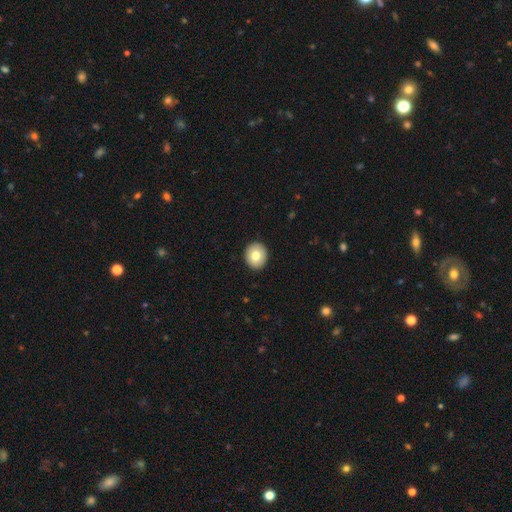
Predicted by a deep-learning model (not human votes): A smooth galaxy with no disk features (77%) that is round (79%).

Vote fractions:
- Smooth or featured? smooth: 77% / featured or disk: 15% / star or artifact: 8%
- How rounded? round: 79% / in between: 20% / cigar-shaped: 1%
- Merging? none: 92% / minor disturbance: 5% / major disturbance: 1% / merger: 1%